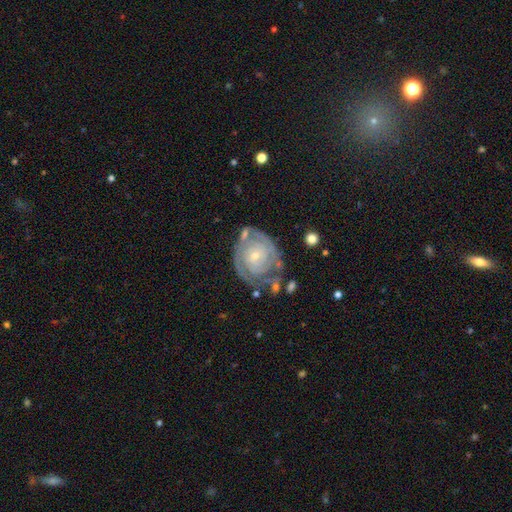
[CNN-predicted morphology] smooth-or-featured: featured or disk: 85% | smooth: 10% | star or artifact: 5%
  disk-edge-on: no: 97% | yes: 3%
    bar: no: 74% | weak: 20% | strong: 5%
    has-spiral-arms: yes: 93% | no: 7%
      spiral-winding: tight: 79% | medium: 17% | loose: 4%
      spiral-arm-count: 2: 38% | can't tell: 31% | 3: 15% | 4: 6% | 1: 6% | more than 4: 4%
    bulge-size: small: 78% | moderate: 18% | none: 2% | large: 1% | dominant: 1%
  merging: none: 59% | minor disturbance: 23% | major disturbance: 11% | merger: 8%